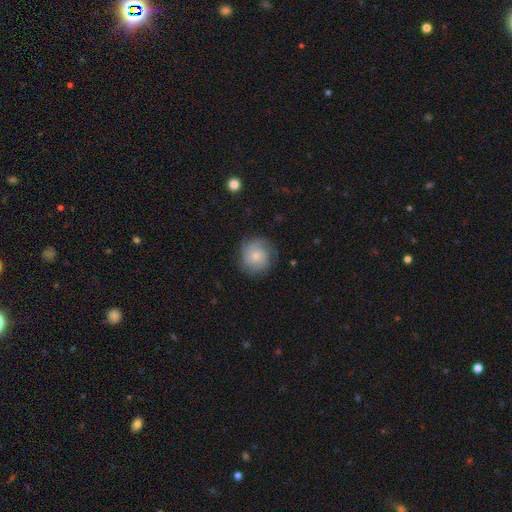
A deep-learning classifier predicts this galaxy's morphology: Smooth or featured?
  - featured or disk: 48% *
  - smooth: 43%
  - star or artifact: 8%
Merging?
  - none: 79% *
  - minor disturbance: 15%
  - major disturbance: 5%
  - merger: 1%